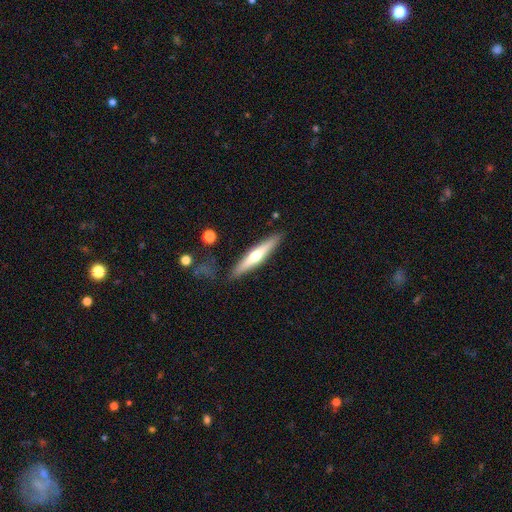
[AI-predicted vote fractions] Smooth or featured? Predicted: featured or disk (p=0.56). Edge-on disk? Predicted: yes (p=0.95). Edge-on bulge? Predicted: rounded (p=0.85). Merging? Predicted: none (p=0.87).